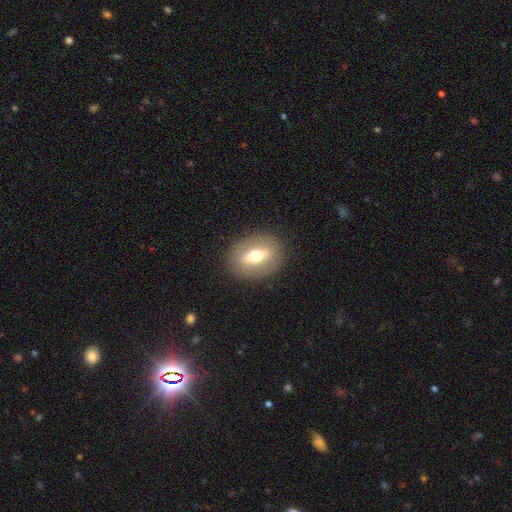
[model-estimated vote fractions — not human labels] The model was most divided on "smooth or featured": smooth: 50%, featured or disk: 42%, star or artifact: 8%. More confident: merging — none (87%).